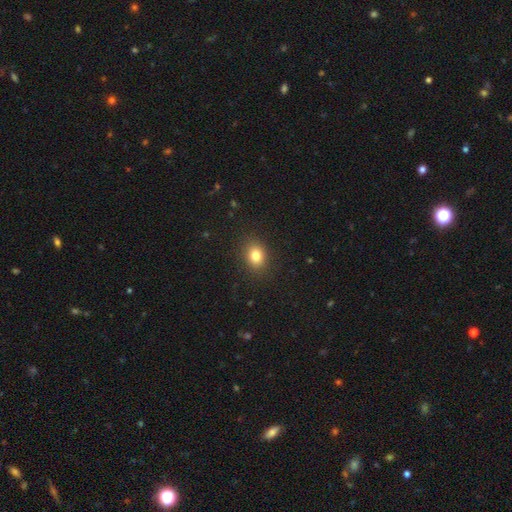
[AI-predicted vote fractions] smooth-or-featured: smooth: 82% | star or artifact: 11% | featured or disk: 7%
  how-rounded: round: 50% | in between: 49% | cigar-shaped: 1%
  merging: none: 88% | minor disturbance: 8% | major disturbance: 3% | merger: 1%